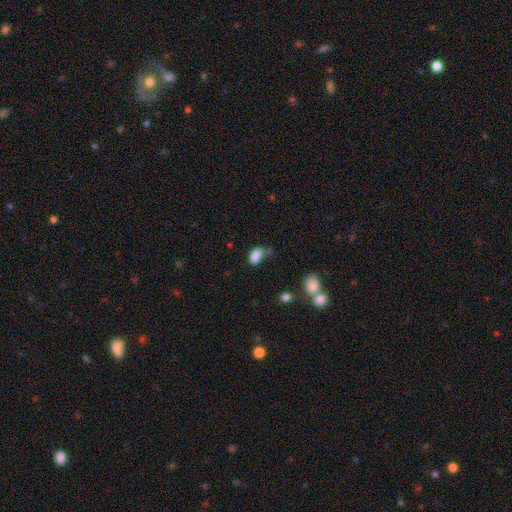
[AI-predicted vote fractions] This appears to be a smooth galaxy with no disk features (83%) that is in between round and cigar-shaped (87%). Merging: none (41%).